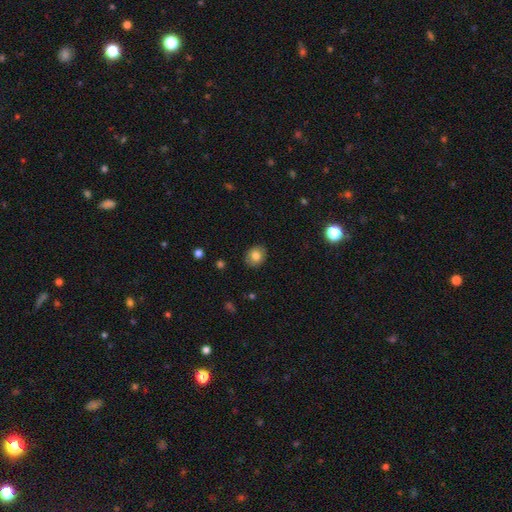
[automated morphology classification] A smooth galaxy with no disk features (78%) that is round (58%). Merging: none (87%).